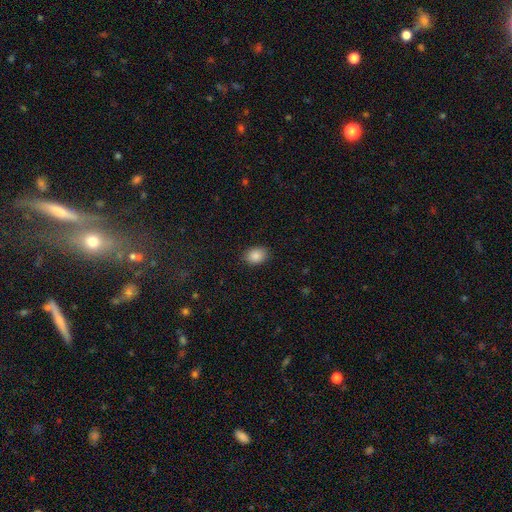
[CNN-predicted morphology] This appears to be a smooth galaxy with no disk features (88%) that is in between round and cigar-shaped (68%). Merging: none (86%).